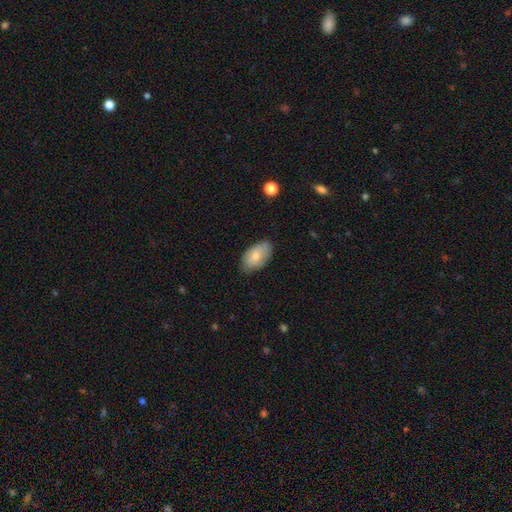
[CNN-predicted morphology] Smooth or featured? Predicted: smooth (p=0.75). How rounded? Predicted: in between (p=0.94). Merging? Predicted: none (p=0.74).